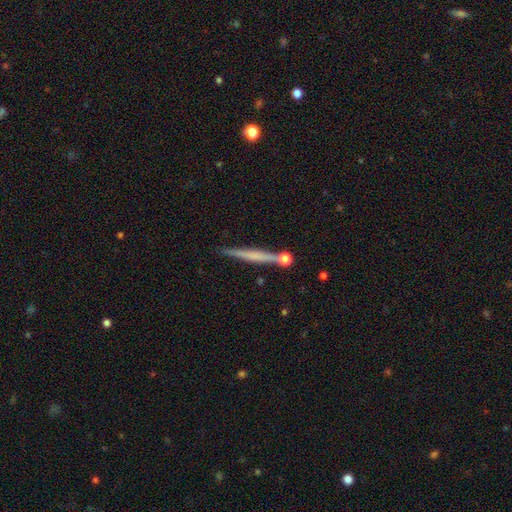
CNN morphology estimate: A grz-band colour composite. It shows a featured or disk galaxy (51%) viewed edge-on (97%). Merging: none (81%).